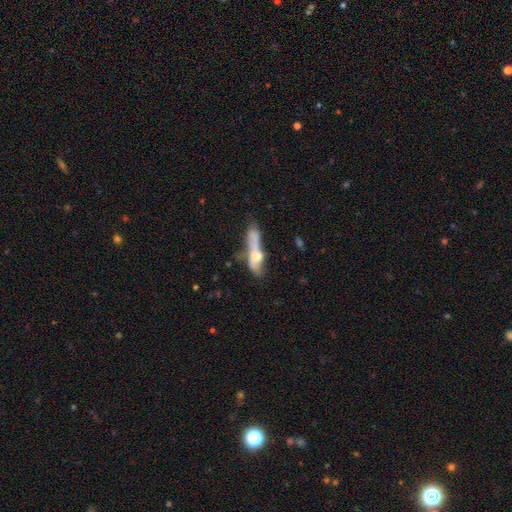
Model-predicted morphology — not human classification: A featured or disk galaxy (47%). Merging: merger (30%).